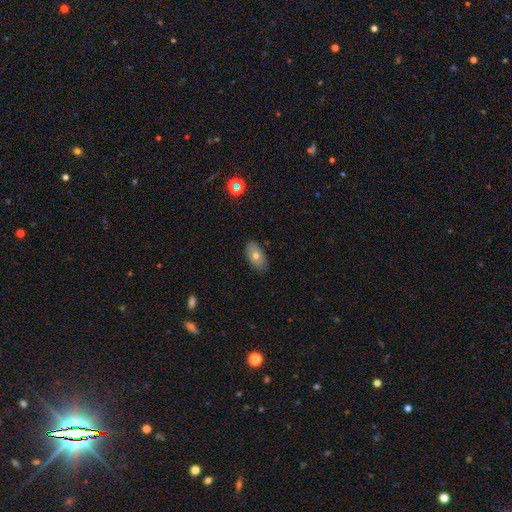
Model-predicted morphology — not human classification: smooth_or_featured: smooth (p=0.68) [alt: featured or disk p=0.23]
how_rounded: in between (p=0.92) [alt: round p=0.06]
merging: none (p=0.84) [alt: minor disturbance p=0.13]